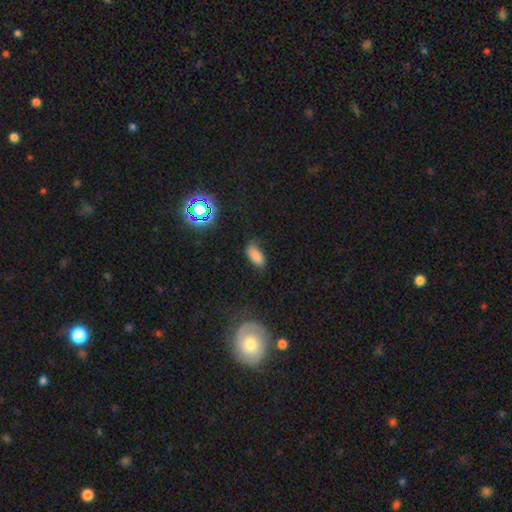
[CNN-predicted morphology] smooth 78%, star or artifact 14%, featured or disk 8%. Down the decision tree: how rounded — in between (91%); merging — none (71%).